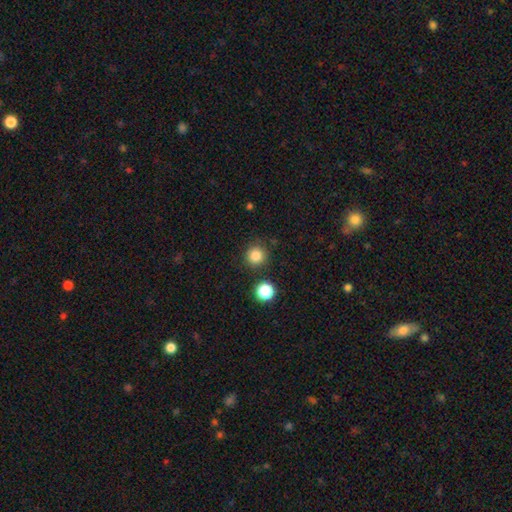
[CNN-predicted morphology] Smooth or featured?
  - smooth: 85% *
  - star or artifact: 12%
  - featured or disk: 4%
How rounded?
  - round: 95% *
  - in between: 4%
  - cigar-shaped: 1%
Merging?
  - none: 86% *
  - minor disturbance: 7%
  - merger: 4%
  - major disturbance: 3%